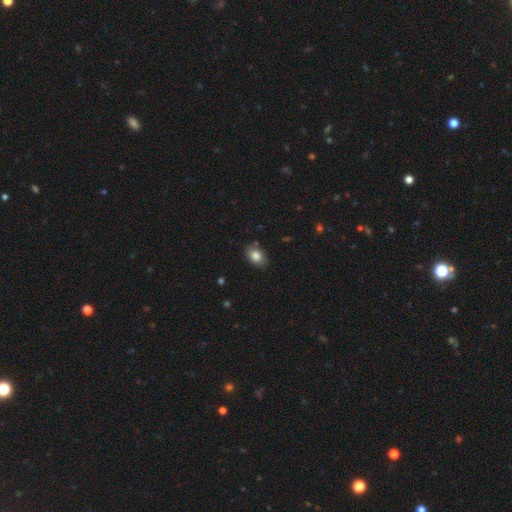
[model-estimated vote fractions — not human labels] Morphology: type=smooth (83%); roundness=in between (80%); merging=none (82%).